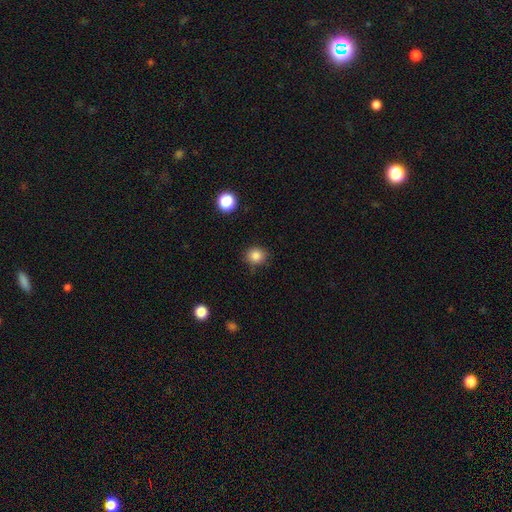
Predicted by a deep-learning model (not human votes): smooth-or-featured: smooth: 84% | star or artifact: 11% | featured or disk: 5%
  how-rounded: round: 84% | in between: 15% | cigar-shaped: 1%
  merging: none: 86% | minor disturbance: 10% | major disturbance: 2% | merger: 2%